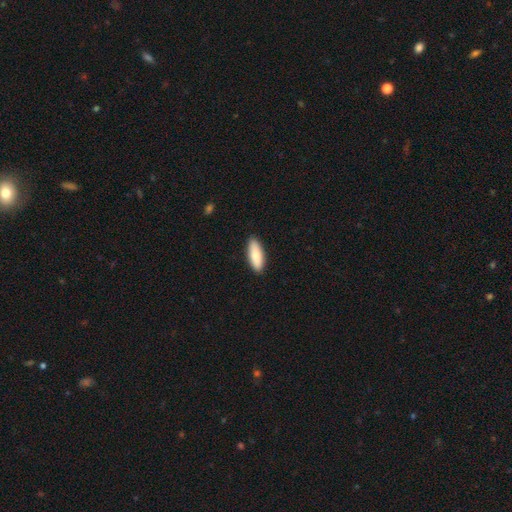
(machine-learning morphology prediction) The model was most divided on "how rounded": in between: 67%, cigar-shaped: 31%, round: 2%. More confident: merging — none (90%); smooth or featured — smooth (87%).